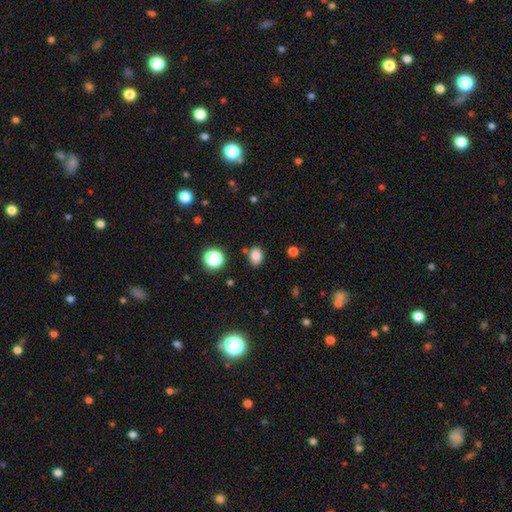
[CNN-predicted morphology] smooth 83%, star or artifact 13%, featured or disk 5%. Down the decision tree: how rounded — in between (68%); merging — none (80%).